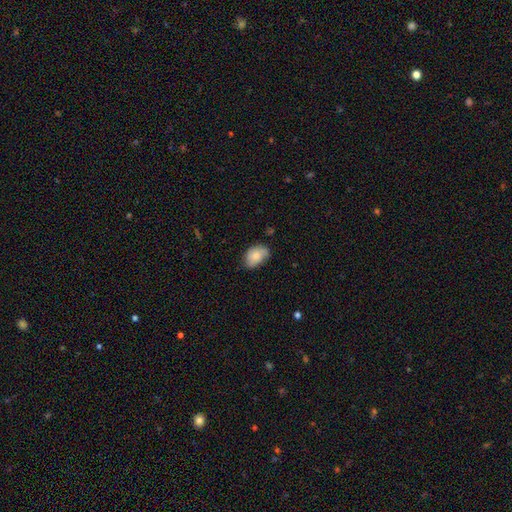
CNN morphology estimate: A smooth galaxy with no disk features (76%) that is in between round and cigar-shaped (84%).

Vote fractions:
- Smooth or featured? smooth: 76% / featured or disk: 16% / star or artifact: 7%
- How rounded? in between: 84% / round: 15% / cigar-shaped: 1%
- Merging? none: 64% / minor disturbance: 29% / major disturbance: 5% / merger: 1%